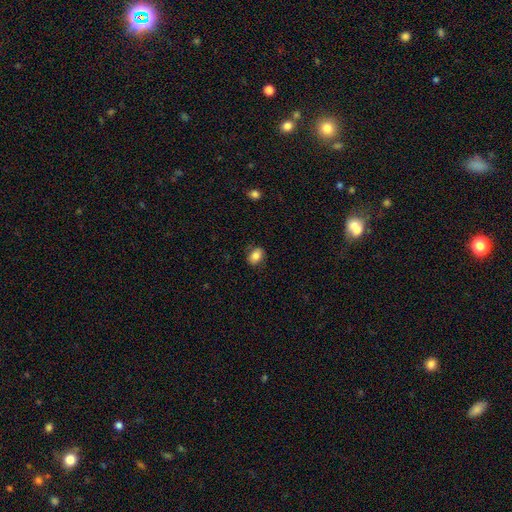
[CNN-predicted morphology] This appears to be a smooth galaxy with no disk features (84%) that is in between round and cigar-shaped (72%). Merging: none (83%).